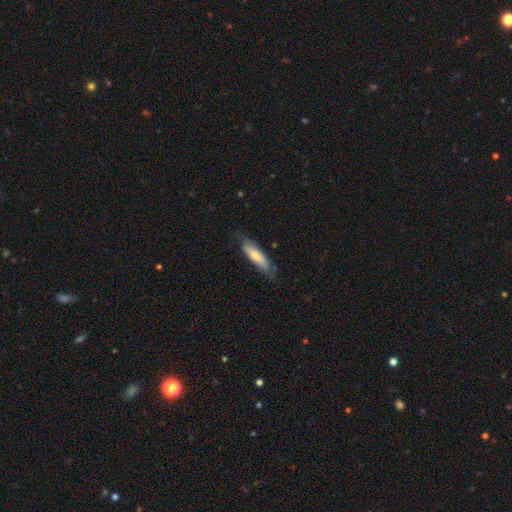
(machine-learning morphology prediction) This is likely a smooth galaxy (71%). How rounded: possibly cigar-shaped (57%). Merging: likely none (70%).